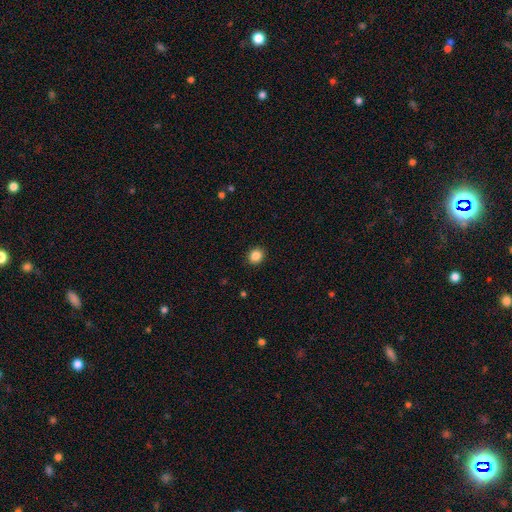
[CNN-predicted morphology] smooth-or-featured: smooth: 86% | star or artifact: 10% | featured or disk: 4%
  how-rounded: round: 77% | in between: 22% | cigar-shaped: 1%
  merging: none: 90% | minor disturbance: 7% | major disturbance: 2% | merger: 1%